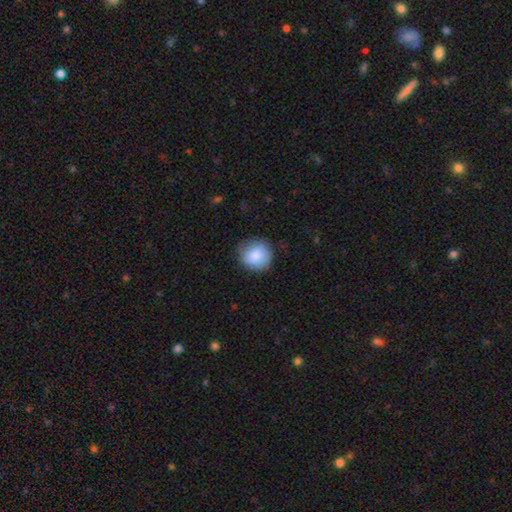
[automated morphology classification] Smooth or featured? Predicted: smooth (p=0.80). How rounded? Predicted: round (p=0.89). Merging? Predicted: none (p=0.78).